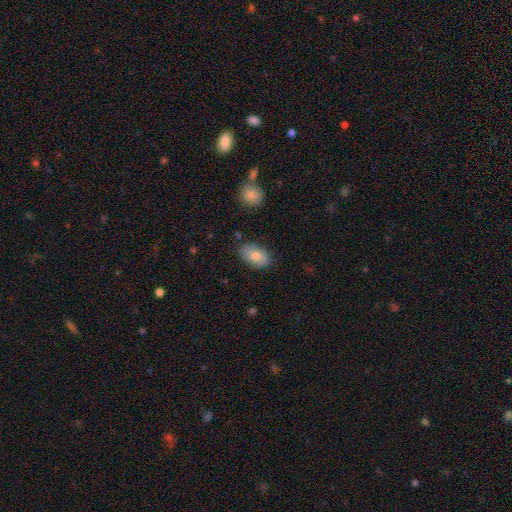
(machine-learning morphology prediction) Smooth or featured: smooth — 72% (featured or disk — 20%)
How rounded: in between — 91% (round — 7%)
Merging: none — 82% (minor disturbance — 13%)